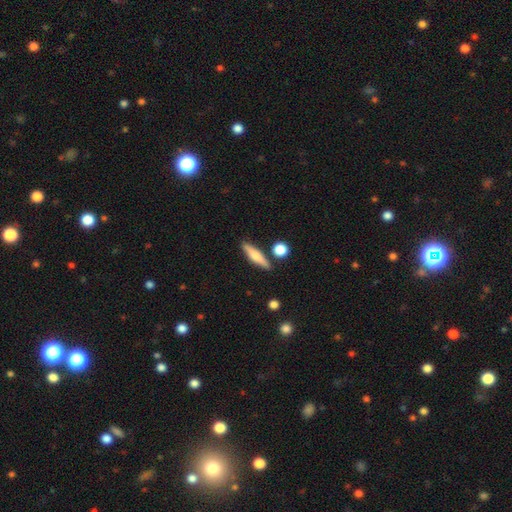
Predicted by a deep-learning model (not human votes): Morphology: type=smooth (56%); roundness=cigar-shaped (76%); merging=none (84%).